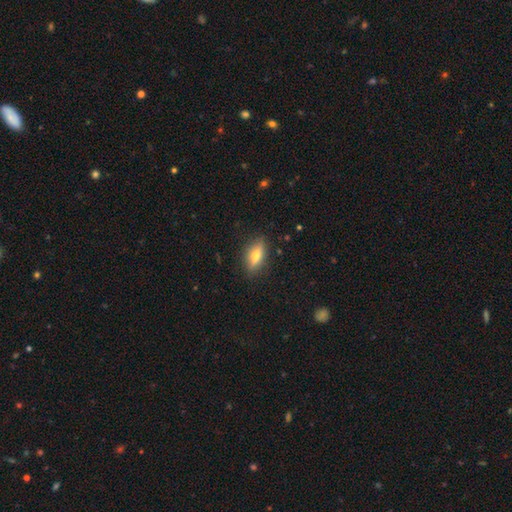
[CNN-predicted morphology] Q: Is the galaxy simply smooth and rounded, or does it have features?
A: smooth — 60%.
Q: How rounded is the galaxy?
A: in between — 66%.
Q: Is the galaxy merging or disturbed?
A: none — 84%.